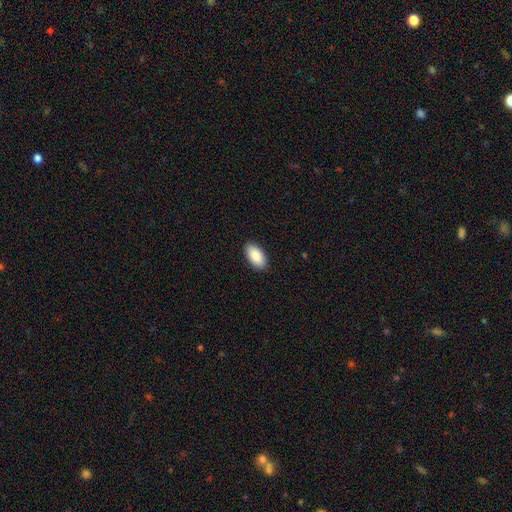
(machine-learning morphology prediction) smooth-or-featured: smooth: 89% | star or artifact: 6% | featured or disk: 5%
  how-rounded: in between: 95% | cigar-shaped: 3% | round: 2%
  merging: none: 90% | minor disturbance: 8% | major disturbance: 2% | merger: 1%